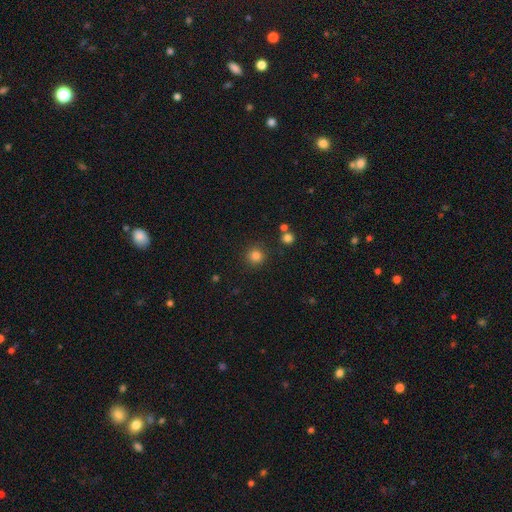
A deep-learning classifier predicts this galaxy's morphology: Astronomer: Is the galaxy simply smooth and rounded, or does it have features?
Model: smooth — 83%.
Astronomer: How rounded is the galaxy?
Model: round — 93%.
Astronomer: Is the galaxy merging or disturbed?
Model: none — 88%.